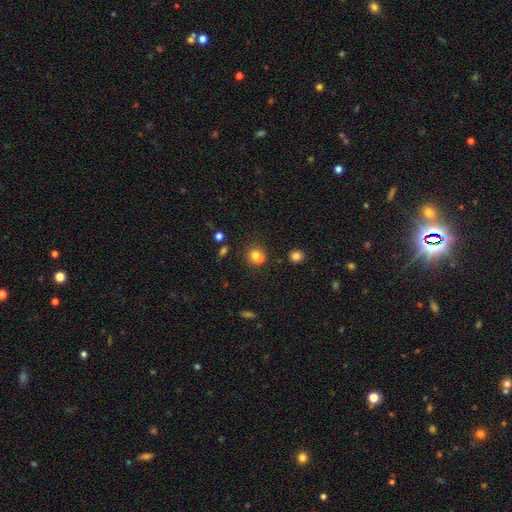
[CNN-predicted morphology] smooth-or-featured: smooth: 77% | star or artifact: 13% | featured or disk: 10%
  how-rounded: round: 87% | in between: 12% | cigar-shaped: 1%
  merging: none: 69% | minor disturbance: 14% | merger: 13% | major disturbance: 4%